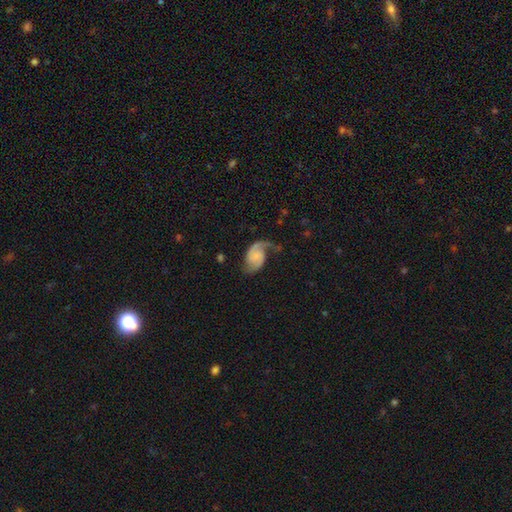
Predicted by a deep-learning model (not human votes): Q: Smooth or featured?
A: featured or disk (82%); runner-up: smooth (12%)
Q: Edge-on disk?
A: no (98%); runner-up: yes (2%)
Q: Bar?
A: no (66%); runner-up: weak (28%)
Q: Spiral arms?
A: yes (96%); runner-up: no (4%)
Q: Spiral winding?
A: loose (48%); runner-up: medium (39%)
Q: Spiral arm count?
A: 2 (75%); runner-up: 1 (20%)
Q: Bulge size?
A: none (44%); runner-up: small (36%)
Q: Merging?
A: none (55%); runner-up: minor disturbance (22%)